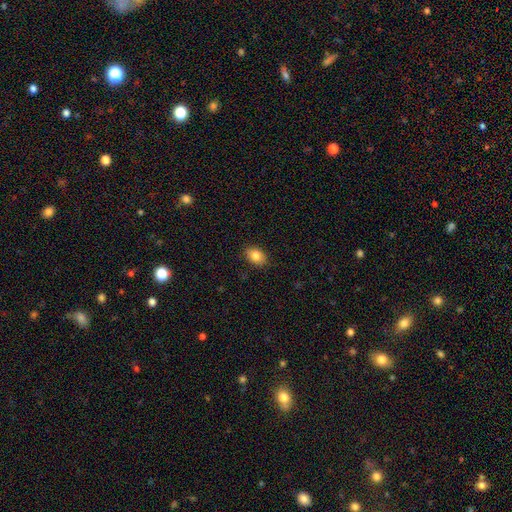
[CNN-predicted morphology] Smooth or featured? Predicted: smooth (p=0.83). How rounded? Predicted: in between (p=0.78). Merging? Predicted: none (p=0.87).